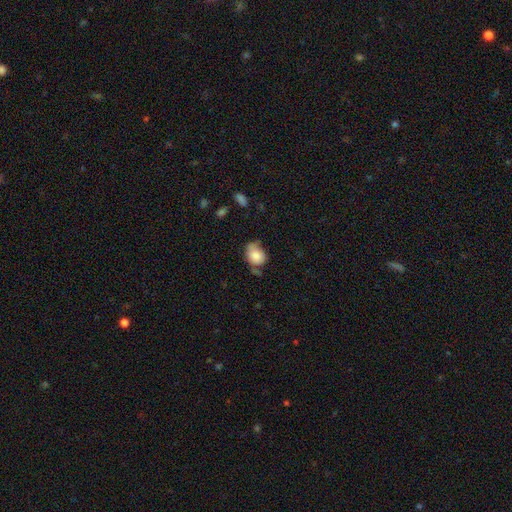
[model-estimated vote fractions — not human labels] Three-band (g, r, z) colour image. It shows a smooth galaxy with no disk features (80%) that is in between round and cigar-shaped (57%). Merging: none (45%).